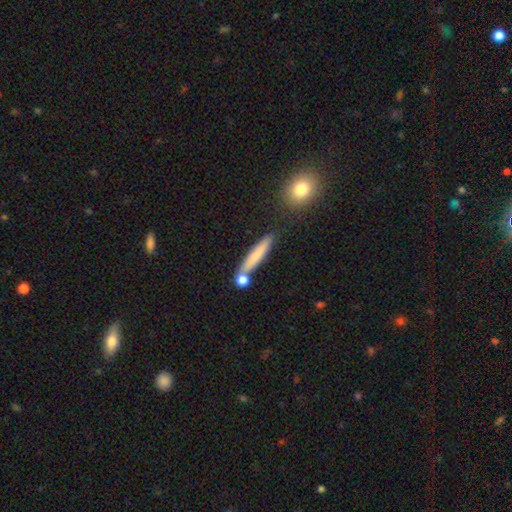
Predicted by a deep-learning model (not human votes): Overall: smooth (71%). How rounded: cigar-shaped (89%). Merging: none (76%).